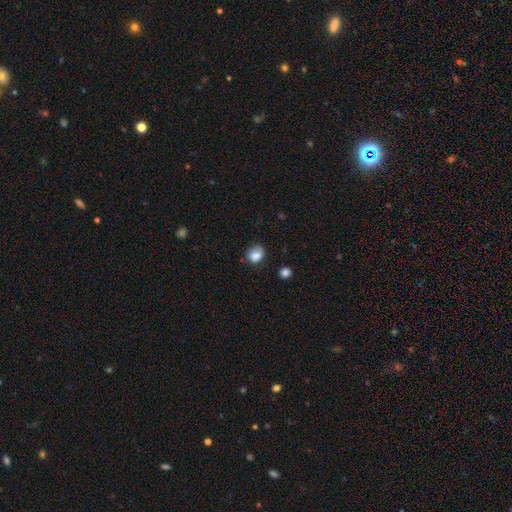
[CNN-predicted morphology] Smooth or featured?
  - smooth: 84% *
  - star or artifact: 9%
  - featured or disk: 7%
How rounded?
  - round: 59% *
  - in between: 40%
  - cigar-shaped: 1%
Merging?
  - none: 63% *
  - minor disturbance: 28%
  - major disturbance: 7%
  - merger: 2%